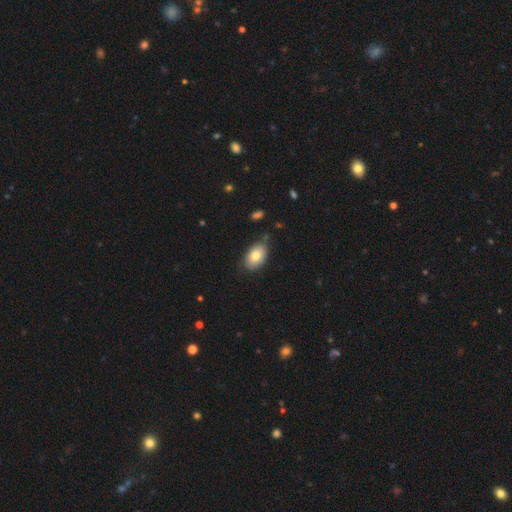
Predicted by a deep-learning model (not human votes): smooth-or-featured: smooth: 78% | featured or disk: 15% | star or artifact: 7%
  how-rounded: in between: 89% | round: 10% | cigar-shaped: 1%
  merging: none: 76% | minor disturbance: 19% | major disturbance: 3% | merger: 2%